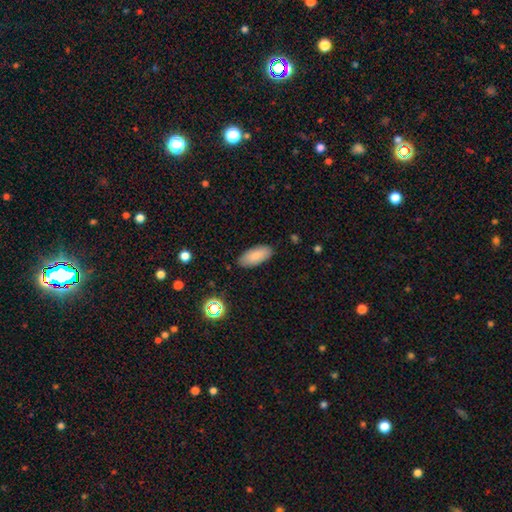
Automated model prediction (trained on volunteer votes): smooth_or_featured: smooth (p=0.85) [alt: featured or disk p=0.08]
how_rounded: in between (p=0.89) [alt: cigar-shaped p=0.09]
merging: none (p=0.87) [alt: minor disturbance p=0.10]